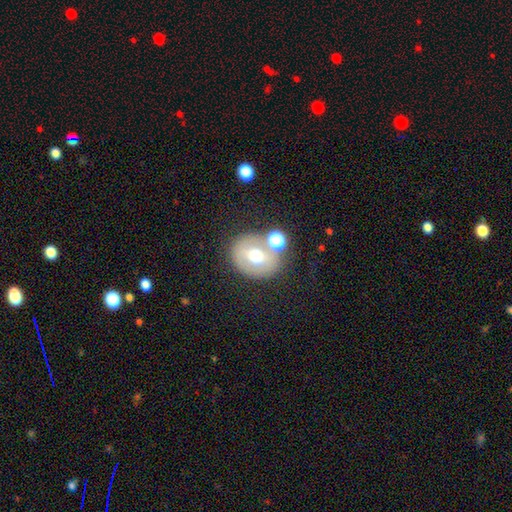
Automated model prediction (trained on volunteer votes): This appears to be a smooth galaxy with no disk features (51%) that is round (60%). Merging: none (64%).